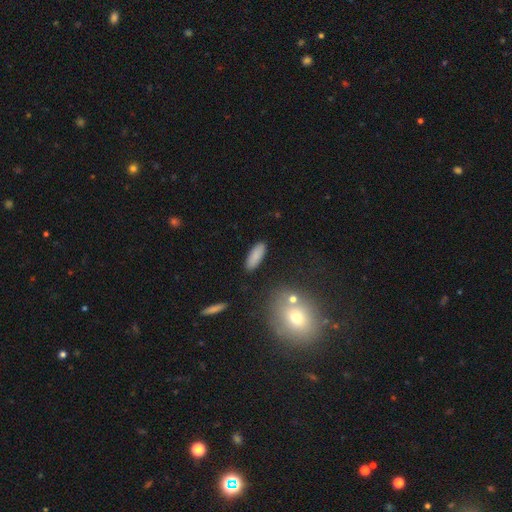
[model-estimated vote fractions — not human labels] Overall: smooth (86%). How rounded: in between (64%; cigar-shaped 34%). Merging: none (88%).